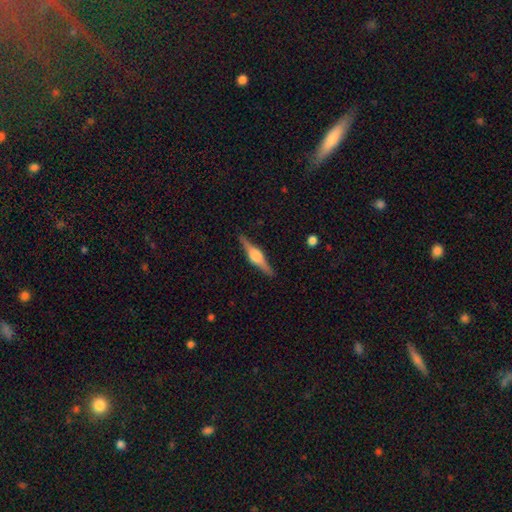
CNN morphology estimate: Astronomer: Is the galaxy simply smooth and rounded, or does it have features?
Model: featured or disk — 81%.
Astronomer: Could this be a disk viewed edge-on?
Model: yes — 98%.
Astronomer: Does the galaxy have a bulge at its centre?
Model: rounded — 90%.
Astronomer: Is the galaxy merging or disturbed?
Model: none — 90%.